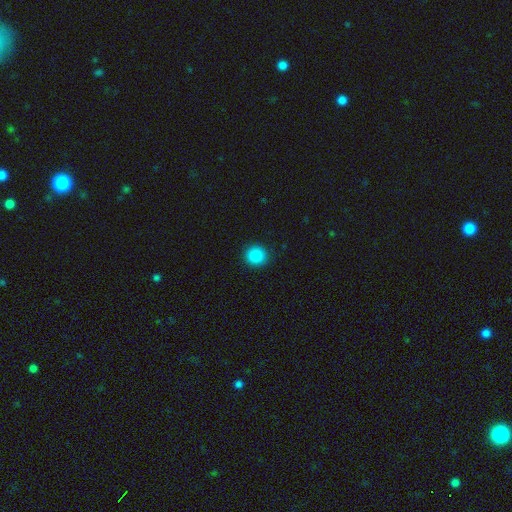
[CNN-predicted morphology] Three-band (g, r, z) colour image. It shows a smooth galaxy with no disk features (88%) that is round (92%). Merging: none (92%).